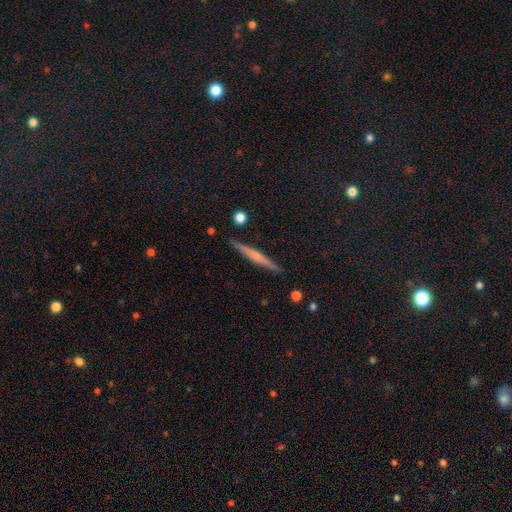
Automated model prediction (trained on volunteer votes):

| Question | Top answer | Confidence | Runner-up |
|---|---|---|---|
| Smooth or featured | featured or disk | 56% | smooth (37%) |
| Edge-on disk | yes | 98% | no (2%) |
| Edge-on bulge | none | 46% | rounded (41%) |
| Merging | none | 90% | minor disturbance (7%) |